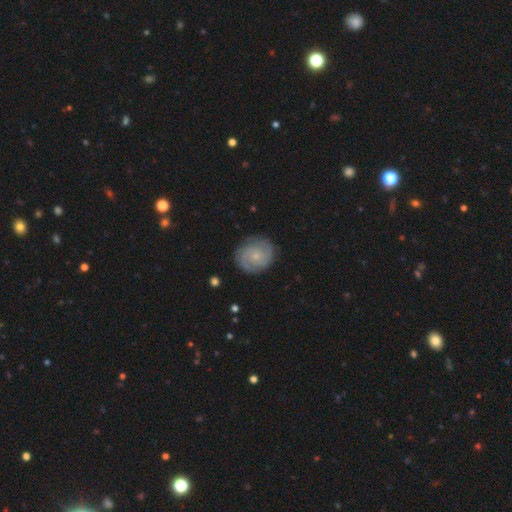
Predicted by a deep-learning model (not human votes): Smooth or featured?
  - featured or disk: 69% *
  - smooth: 24%
  - star or artifact: 6%
Edge-on disk?
  - no: 98% *
  - yes: 2%
Bar?
  - no: 79% *
  - weak: 19%
  - strong: 3%
Spiral arms?
  - yes: 92% *
  - no: 8%
Spiral winding?
  - tight: 62% *
  - medium: 30%
  - loose: 8%
Spiral arm count?
  - 2: 50% *
  - can't tell: 22%
  - 3: 15%
  - 4: 5%
  - 1: 4%
  - more than 4: 4%
Bulge size?
  - small: 79% *
  - moderate: 15%
  - none: 4%
  - large: 1%
  - dominant: 1%
Merging?
  - none: 83% *
  - minor disturbance: 12%
  - major disturbance: 4%
  - merger: 1%